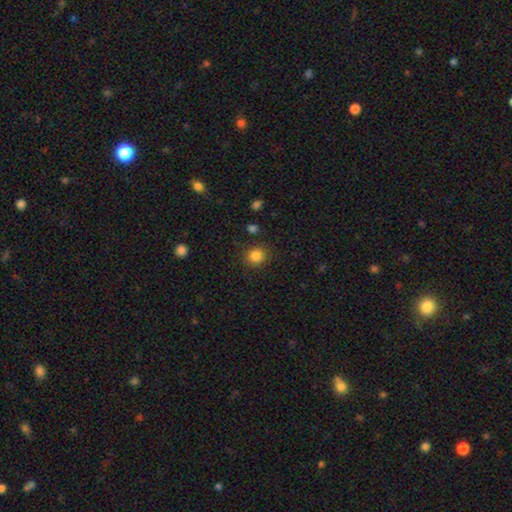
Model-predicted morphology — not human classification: type=smooth (85%); roundness=round (83%); merging=none (86%).